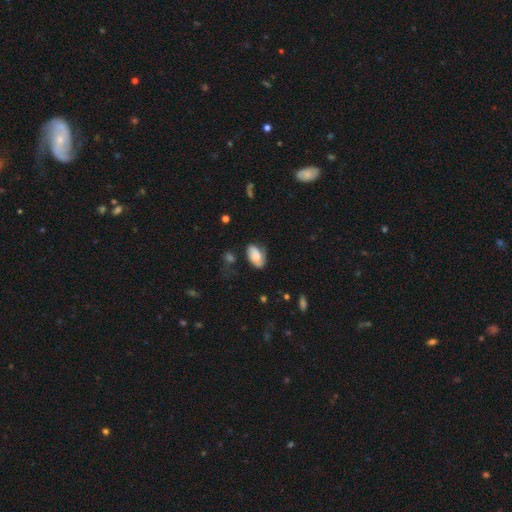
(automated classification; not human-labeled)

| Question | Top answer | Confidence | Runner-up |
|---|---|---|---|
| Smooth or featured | smooth | 52% | featured or disk (40%) |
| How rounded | in between | 92% | round (6%) |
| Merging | none | 55% | minor disturbance (29%) |